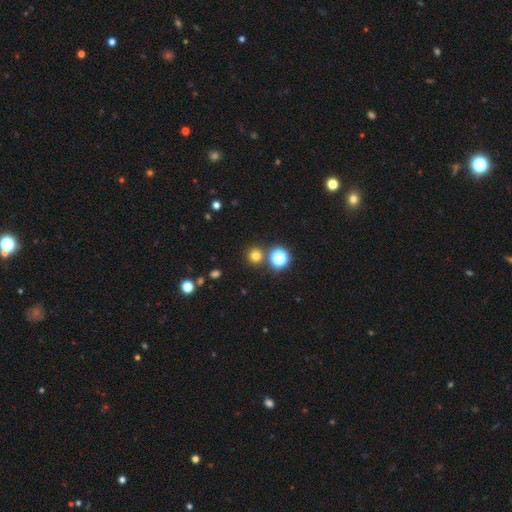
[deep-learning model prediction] The model was most divided on "smooth or featured": smooth: 75%, star or artifact: 20%, featured or disk: 5%. More confident: how rounded — round (93%); merging — none (84%).